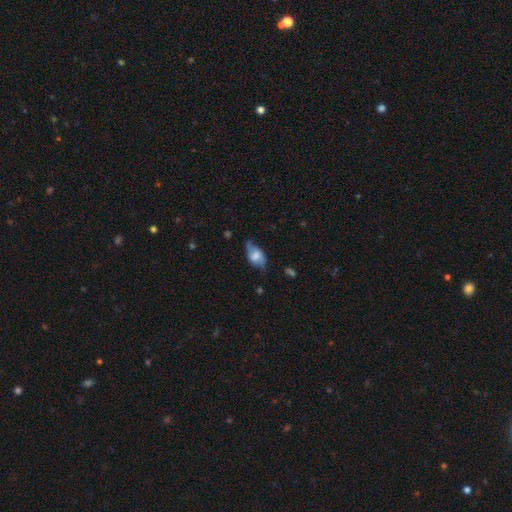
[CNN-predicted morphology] smooth-or-featured: smooth: 49% | featured or disk: 43% | star or artifact: 8%
  merging: none: 53% | minor disturbance: 32% | major disturbance: 13% | merger: 2%